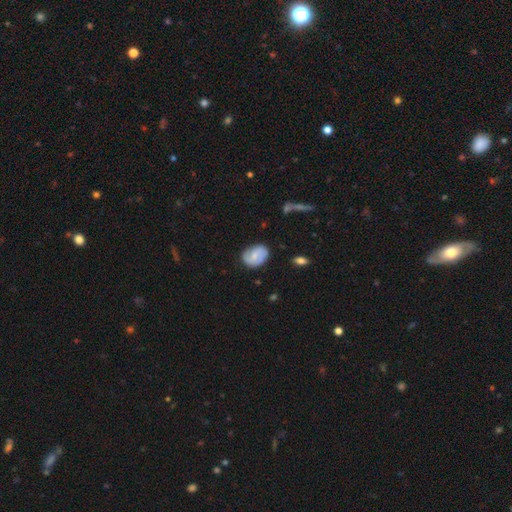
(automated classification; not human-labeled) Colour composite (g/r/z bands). It shows a featured or disk galaxy (47%). Merging: none (72%).